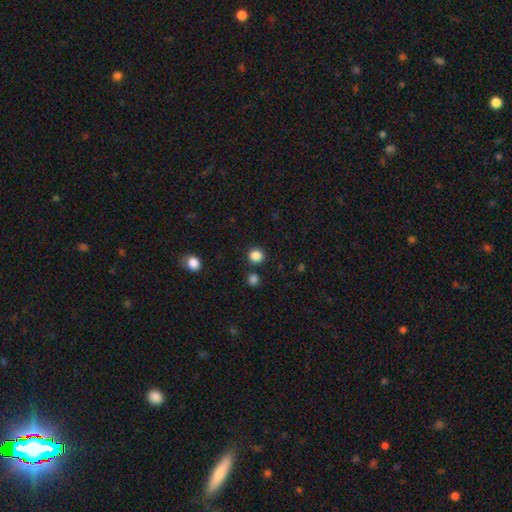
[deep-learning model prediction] The model was most divided on "smooth or featured": smooth: 86%, star or artifact: 11%, featured or disk: 3%. More confident: how rounded — round (89%); merging — none (86%).